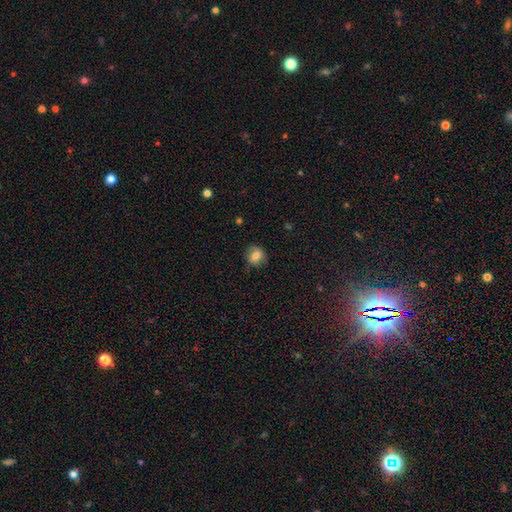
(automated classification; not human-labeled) A smooth galaxy with no disk features (79%) that is round (74%).

Vote fractions:
- Smooth or featured? smooth: 79% / featured or disk: 11% / star or artifact: 10%
- How rounded? round: 74% / in between: 25% / cigar-shaped: 1%
- Merging? none: 77% / minor disturbance: 18% / major disturbance: 5% / merger: 1%